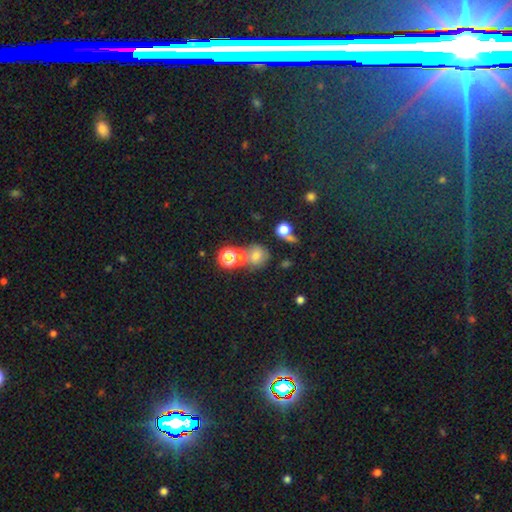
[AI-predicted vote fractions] Smooth or featured? Predicted: smooth (p=0.61). How rounded? Predicted: round (p=0.77). Merging? Predicted: none (p=0.52).